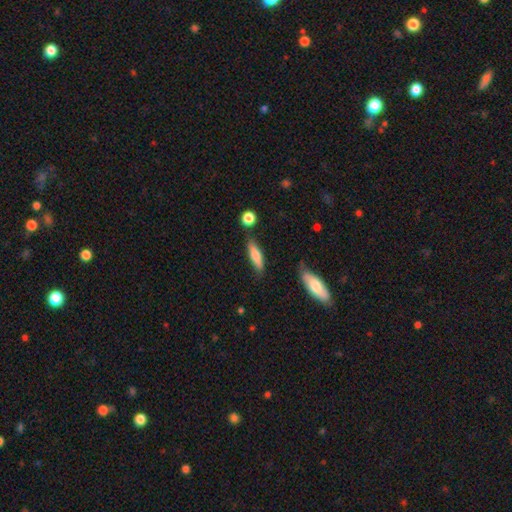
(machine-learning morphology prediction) The model was most divided on "how rounded": cigar-shaped: 62%, in between: 36%, round: 2%. More confident: merging — none (75%); smooth or featured — smooth (74%).